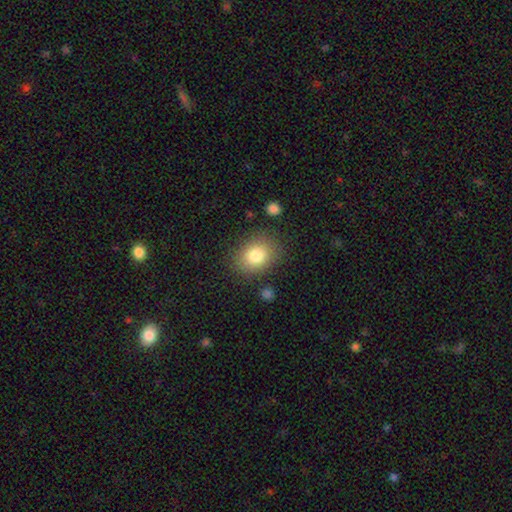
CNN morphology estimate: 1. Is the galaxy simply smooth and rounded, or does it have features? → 83% smooth, 9% featured or disk, 8% star or artifact.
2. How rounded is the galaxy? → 62% in between, 37% round, 1% cigar-shaped.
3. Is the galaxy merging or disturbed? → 80% none, 13% minor disturbance, 5% major disturbance, 3% merger.